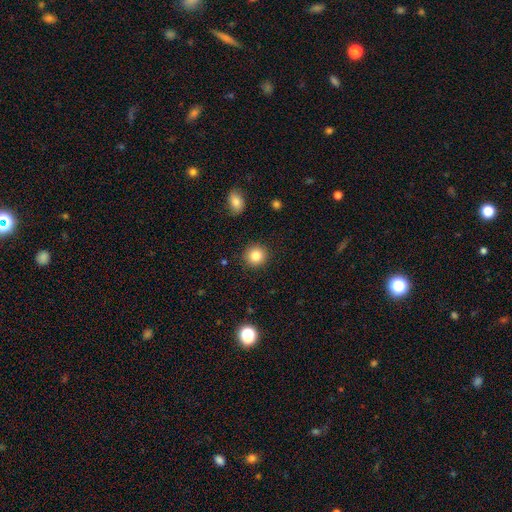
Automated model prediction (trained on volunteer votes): Overall: smooth (85%). How rounded: round (91%). Merging: none (90%).